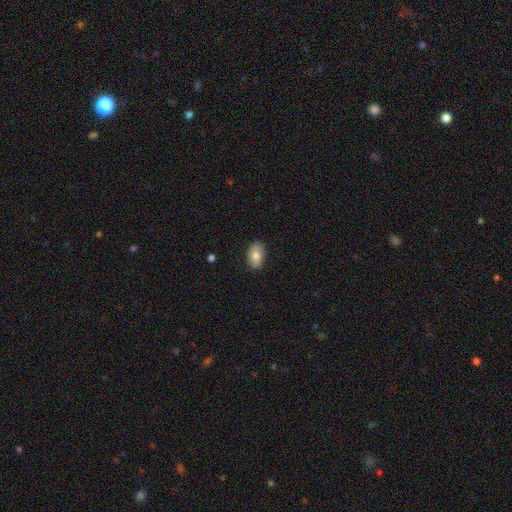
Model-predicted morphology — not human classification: type=smooth (75%); roundness=in between (89%); merging=none (83%).